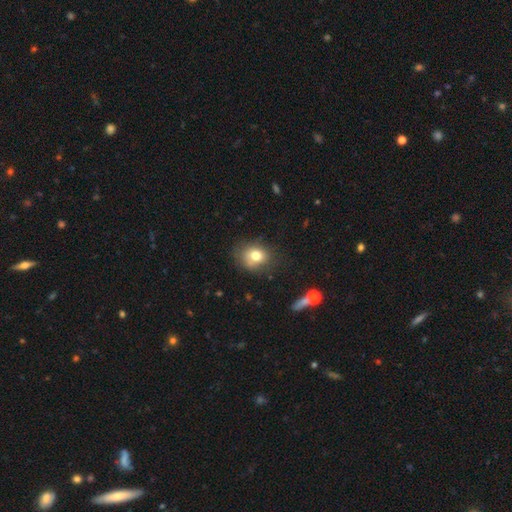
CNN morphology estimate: This appears to be a smooth galaxy with no disk features (75%) that is round (61%). Merging: none (67%).